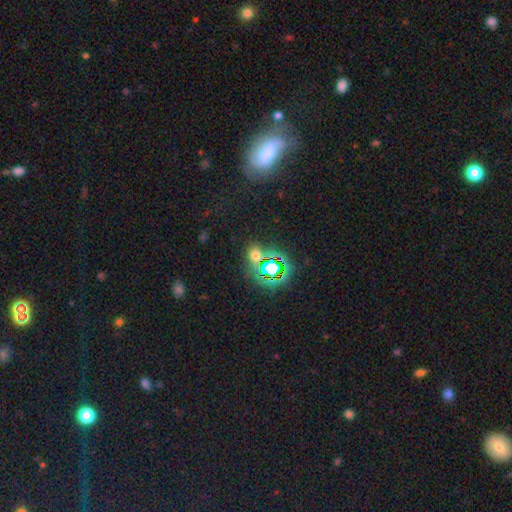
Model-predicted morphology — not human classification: This appears to be a star or artifact, not a galaxy (53%).